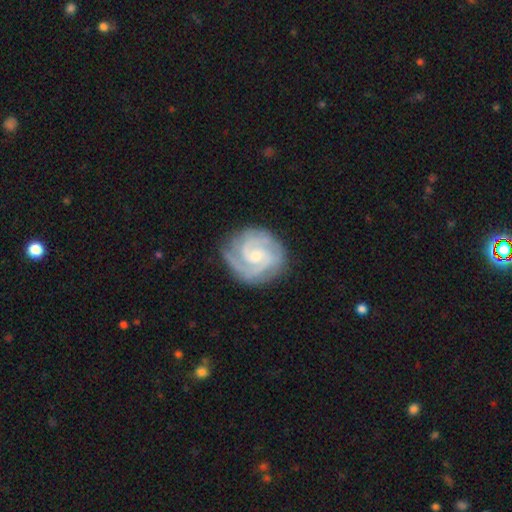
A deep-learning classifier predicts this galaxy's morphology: Smooth or featured? featured or disk (89%)
Edge-on disk? no (98%)
Bar? no (54%)
Spiral arms? yes (98%)
Spiral winding? tight (64%)
Spiral arm count? 2 (50%)
Bulge size? small (52%)
Merging? none (79%)